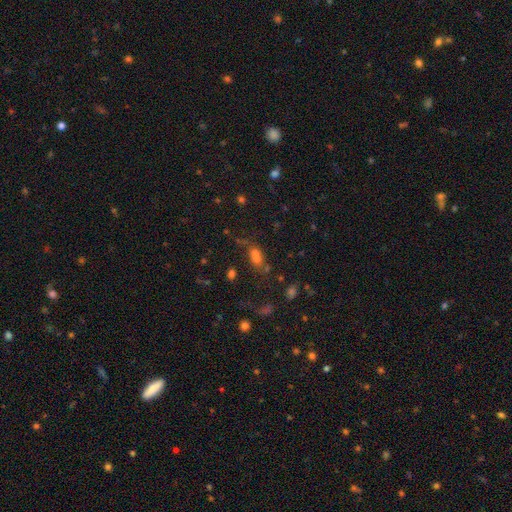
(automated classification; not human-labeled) Smooth or featured? Predicted: smooth (p=0.58). How rounded? Predicted: in between (p=0.72). Merging? Predicted: none (p=0.48).